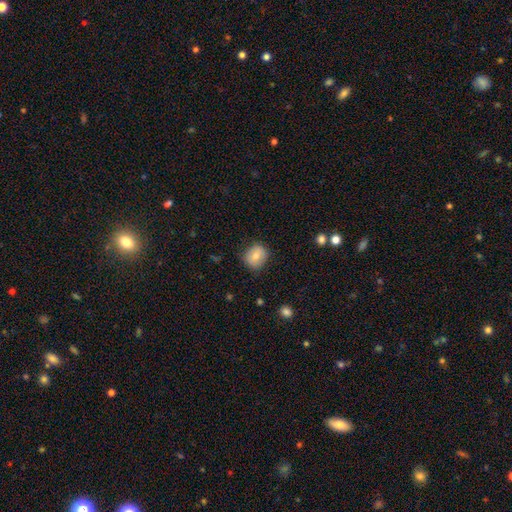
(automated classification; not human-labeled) Overall: smooth (74%). How rounded: round (71%). Merging: none (78%).